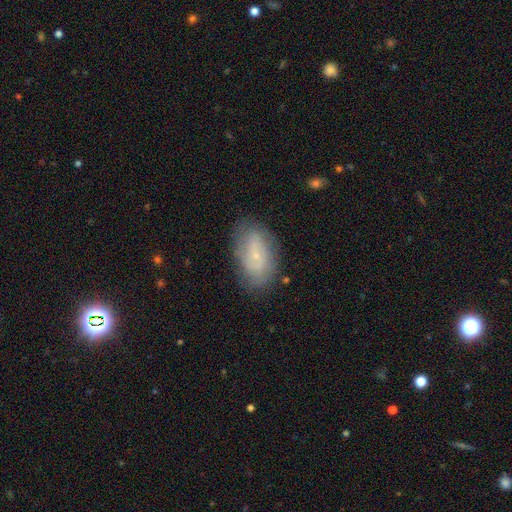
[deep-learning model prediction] Overall: featured or disk (49%; smooth 43%). Merging: none (76%).